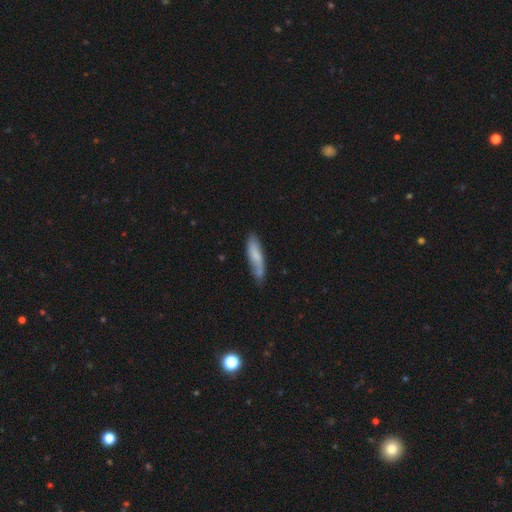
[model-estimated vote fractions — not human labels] Morphology: type=smooth (67%); roundness=cigar-shaped (72%); merging=none (64%).